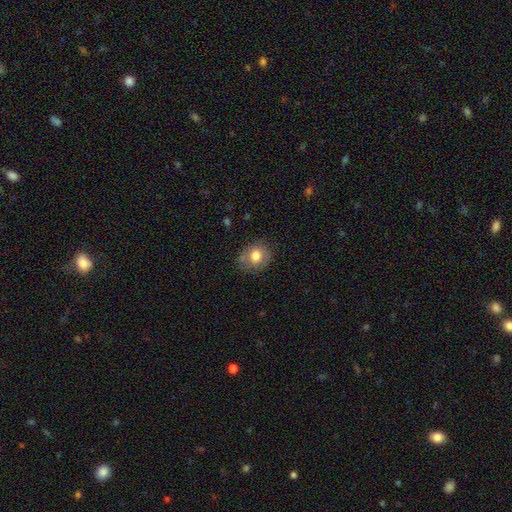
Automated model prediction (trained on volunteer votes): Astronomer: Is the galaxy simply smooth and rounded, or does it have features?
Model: smooth — 76%.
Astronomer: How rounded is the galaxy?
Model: round — 67%.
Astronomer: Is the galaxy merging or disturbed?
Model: none — 72%.